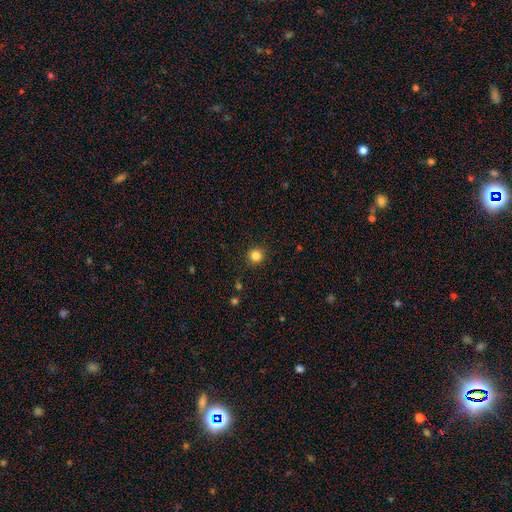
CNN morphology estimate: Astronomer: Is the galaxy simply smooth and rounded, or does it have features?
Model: smooth — 84%.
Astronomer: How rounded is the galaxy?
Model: round — 94%.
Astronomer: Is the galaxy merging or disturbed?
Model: none — 91%.